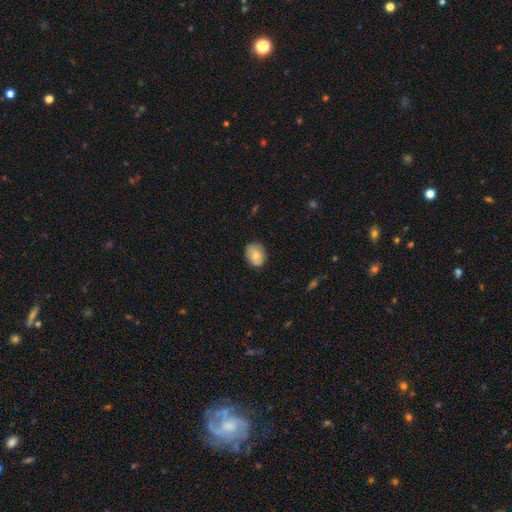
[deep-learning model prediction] smooth 67%, featured or disk 25%, star or artifact 7%. Down the decision tree: how rounded — in between (62%); merging — none (78%).